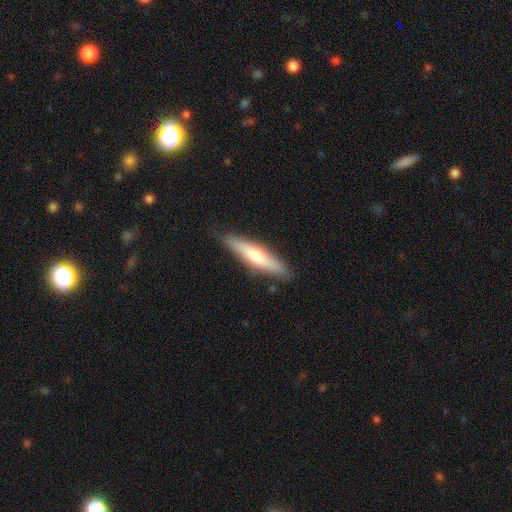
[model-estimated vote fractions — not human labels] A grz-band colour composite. It shows a smooth galaxy with no disk features (49%). Merging: none (89%).